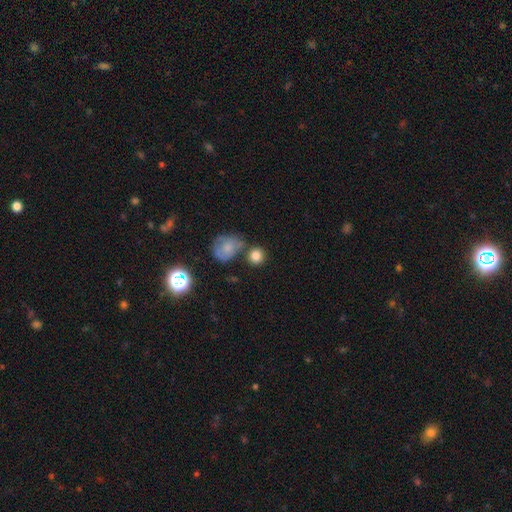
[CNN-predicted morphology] smooth_or_featured: smooth (p=0.82) [alt: star or artifact p=0.10]
how_rounded: round (p=0.86) [alt: in between p=0.13]
merging: none (p=0.65) [alt: merger p=0.18]